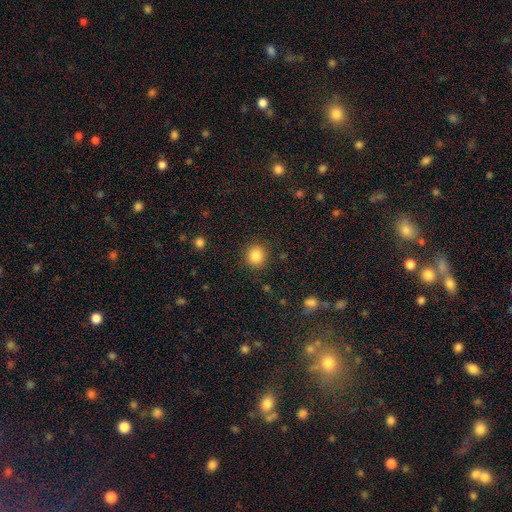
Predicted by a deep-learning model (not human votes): A smooth galaxy with no disk features (86%) that is round (89%).

Vote fractions:
- Smooth or featured? smooth: 86% / star or artifact: 10% / featured or disk: 4%
- How rounded? round: 89% / in between: 10% / cigar-shaped: 1%
- Merging? none: 90% / minor disturbance: 7% / major disturbance: 3% / merger: 1%